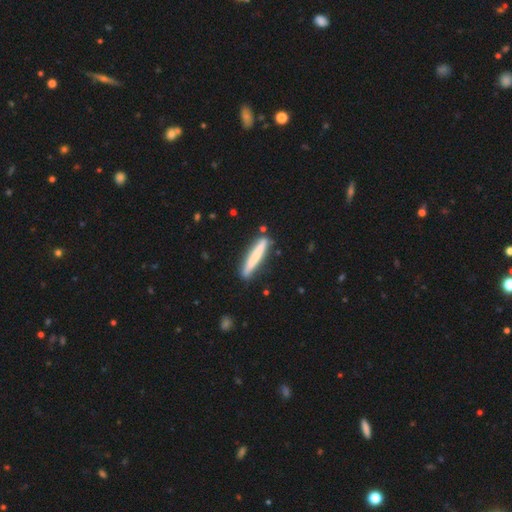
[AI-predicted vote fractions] Smooth or featured? Predicted: smooth (p=0.68). How rounded? Predicted: cigar-shaped (p=0.94). Merging? Predicted: none (p=0.86).